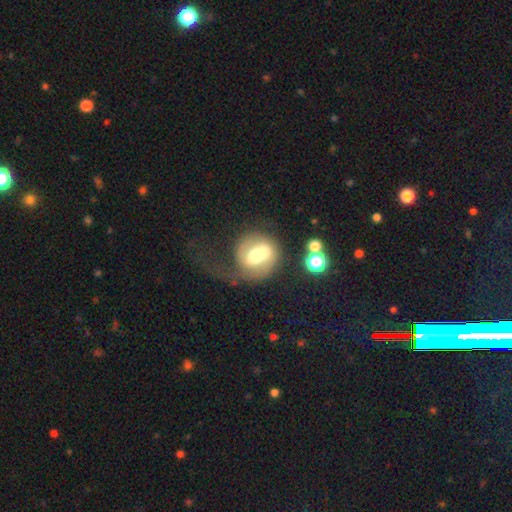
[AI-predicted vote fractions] A featured or disk galaxy (51%). Merging: merger (41%).